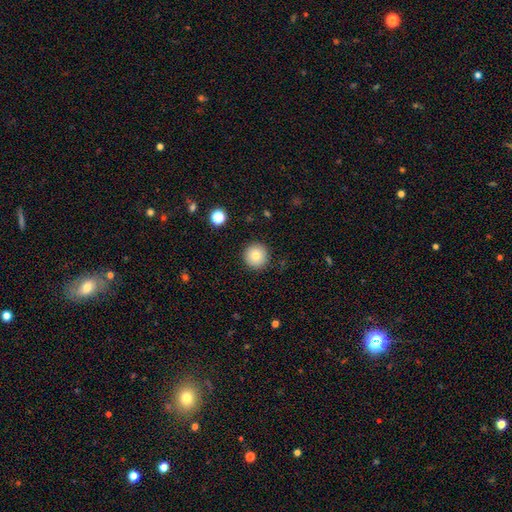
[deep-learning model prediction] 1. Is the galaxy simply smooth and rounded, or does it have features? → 80% smooth, 10% star or artifact, 9% featured or disk.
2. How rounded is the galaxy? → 96% round, 3% in between, 1% cigar-shaped.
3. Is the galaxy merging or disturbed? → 90% none, 7% minor disturbance, 2% major disturbance, 1% merger.